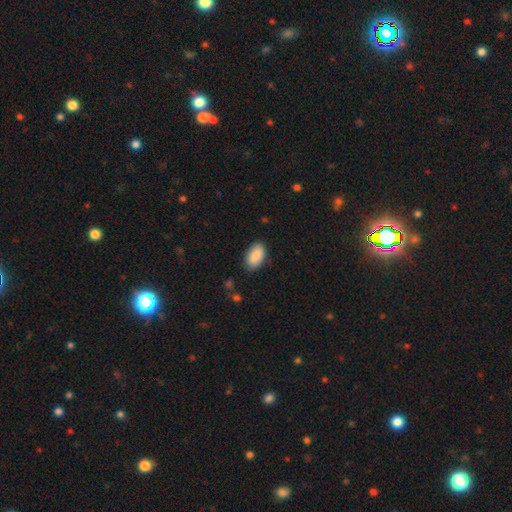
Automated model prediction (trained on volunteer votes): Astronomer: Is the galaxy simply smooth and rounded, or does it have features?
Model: smooth — 87%.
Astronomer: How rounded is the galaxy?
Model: in between — 94%.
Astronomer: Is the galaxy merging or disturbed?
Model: none — 83%.